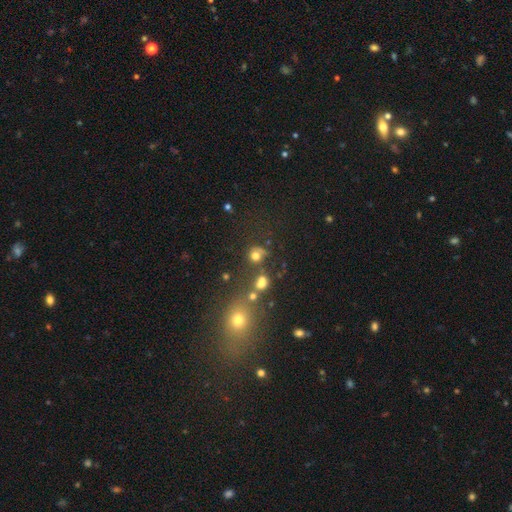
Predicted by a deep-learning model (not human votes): smooth-or-featured: smooth: 69% | star or artifact: 20% | featured or disk: 11%
  how-rounded: round: 82% | in between: 16% | cigar-shaped: 1%
  merging: none: 56% | merger: 18% | minor disturbance: 15% | major disturbance: 11%